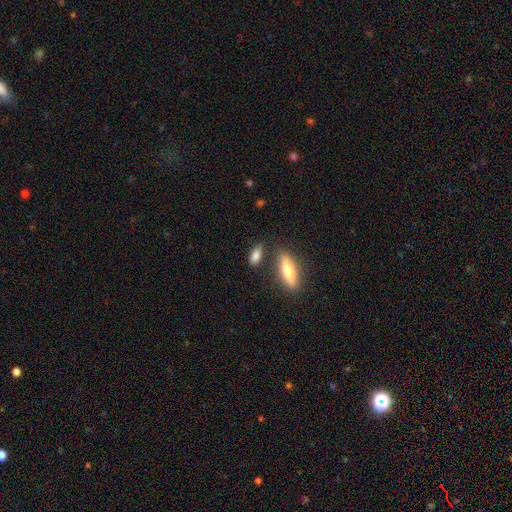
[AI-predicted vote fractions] smooth 80%, featured or disk 12%, star or artifact 8%. Down the decision tree: how rounded — in between (68%); merging — none (66%).